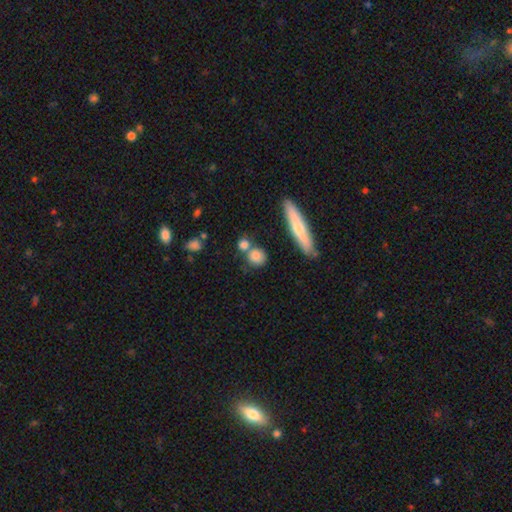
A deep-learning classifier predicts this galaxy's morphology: smooth-or-featured: smooth: 80% | featured or disk: 11% | star or artifact: 9%
  how-rounded: round: 74% | in between: 17% | cigar-shaped: 9%
  merging: none: 64% | merger: 21% | minor disturbance: 11% | major disturbance: 4%